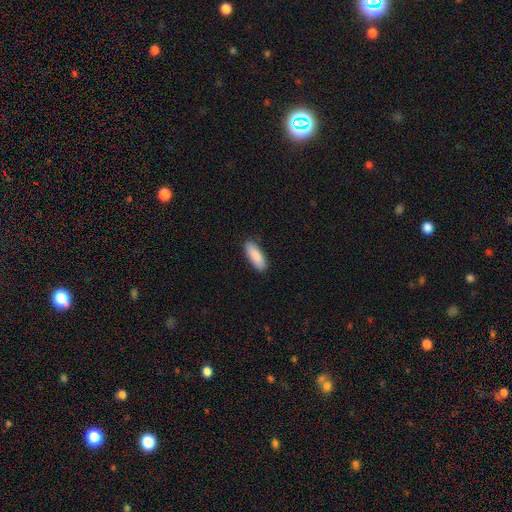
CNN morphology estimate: The model was most divided on "how rounded": in between: 70%, cigar-shaped: 28%, round: 2%. More confident: smooth or featured — smooth (89%); merging — none (88%).